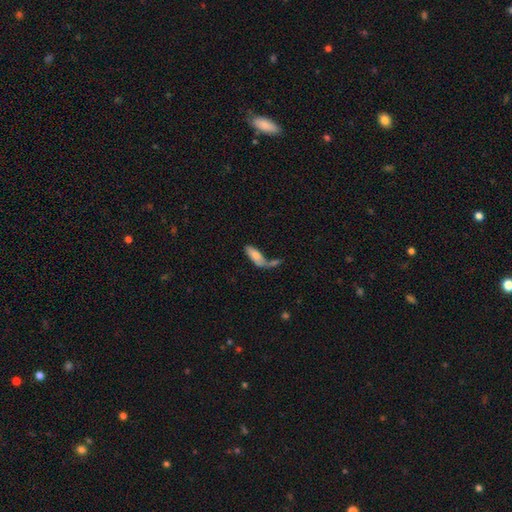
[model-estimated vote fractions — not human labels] Overall: smooth (71%). How rounded: in between (69%; cigar-shaped 29%). Merging: merger (43%; none 30%).